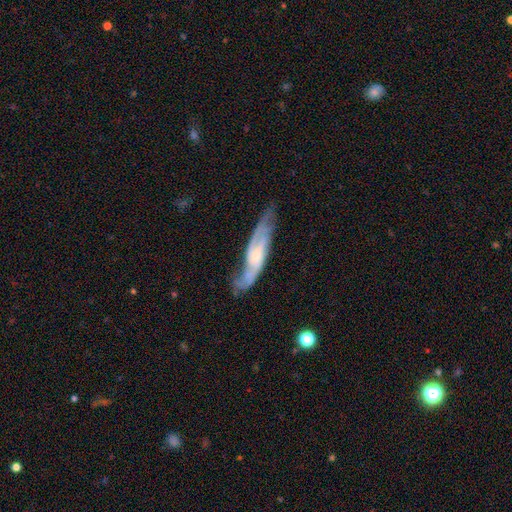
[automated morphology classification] This appears to be a featured or disk galaxy (81%) with no bar (54%), 2 (66%) medium (47%) spiral arms (94%) and a small central bulge (66%). Merging: none (62%).